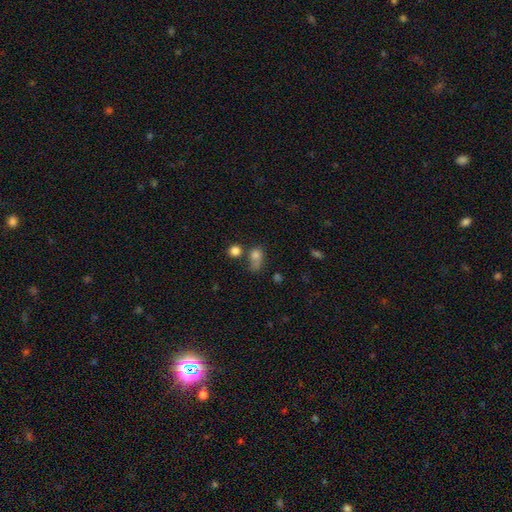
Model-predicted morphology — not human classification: This is likely a smooth galaxy (76%). How rounded: possibly round (49%). Merging: marginally none (35%).